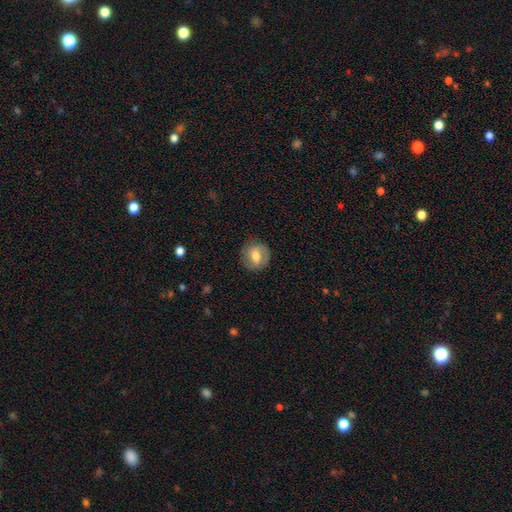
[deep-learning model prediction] A smooth galaxy with no disk features (57%) that is round (78%). Merging: none (81%).